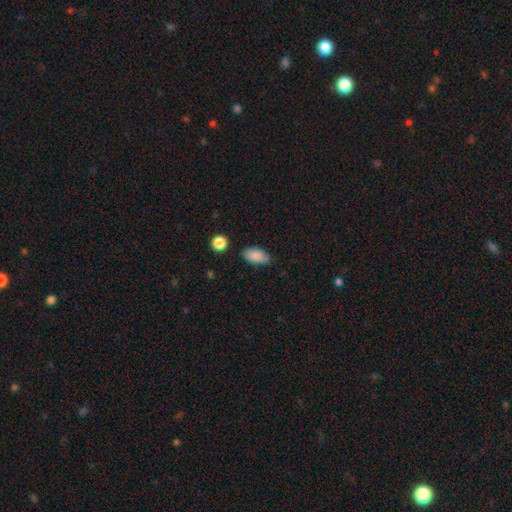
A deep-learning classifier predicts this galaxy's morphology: smooth-or-featured: smooth: 86% | star or artifact: 7% | featured or disk: 7%
  how-rounded: in between: 92% | round: 4% | cigar-shaped: 4%
  merging: none: 78% | minor disturbance: 16% | major disturbance: 3% | merger: 2%